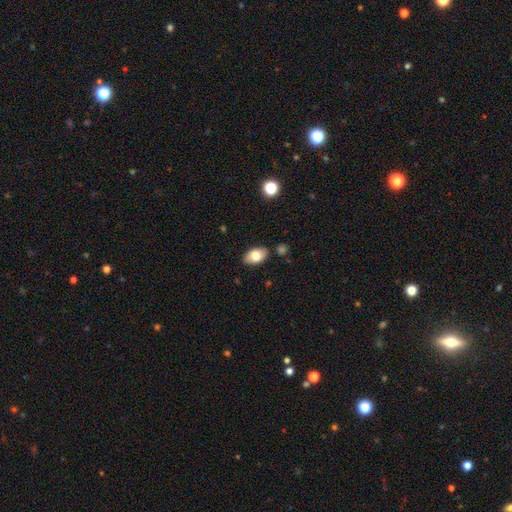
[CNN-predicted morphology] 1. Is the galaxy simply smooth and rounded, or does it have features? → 77% smooth, 15% featured or disk, 8% star or artifact.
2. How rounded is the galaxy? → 90% in between, 8% round, 2% cigar-shaped.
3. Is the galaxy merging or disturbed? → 84% none, 11% minor disturbance, 3% merger, 2% major disturbance.